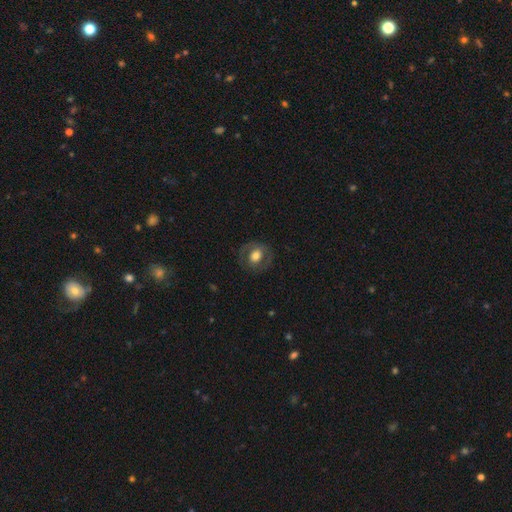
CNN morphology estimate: Smooth or featured? Predicted: smooth (p=0.54). How rounded? Predicted: round (p=0.67). Merging? Predicted: none (p=0.78).